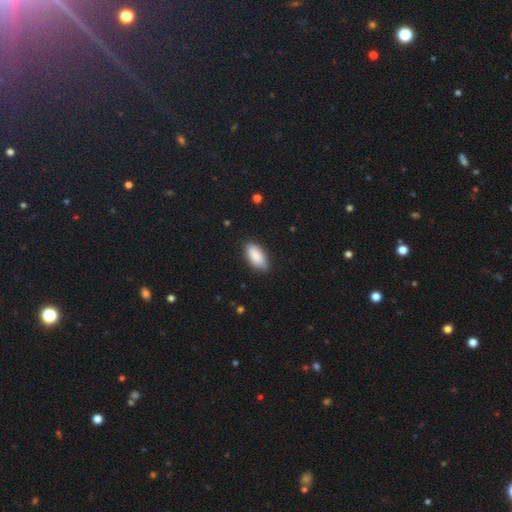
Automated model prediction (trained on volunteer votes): Morphology: type=smooth (88%); roundness=in between (92%); merging=none (84%).